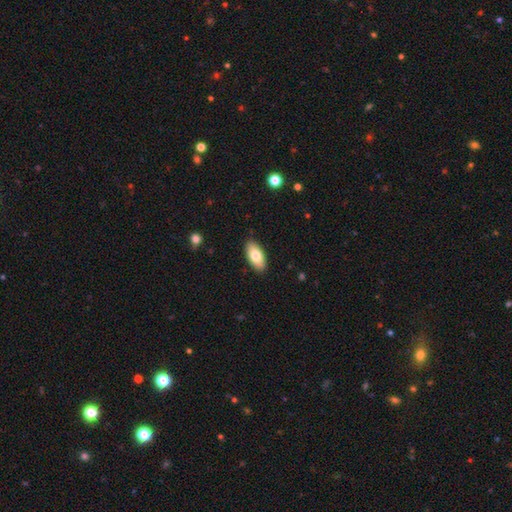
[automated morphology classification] Smooth or featured? Predicted: smooth (p=0.78). How rounded? Predicted: in between (p=0.92). Merging? Predicted: none (p=0.88).